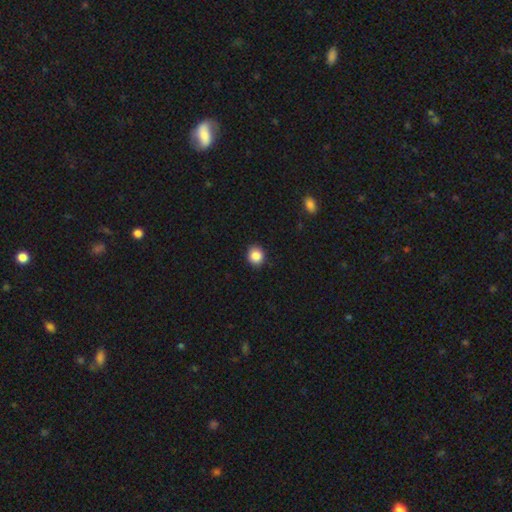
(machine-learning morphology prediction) smooth 86%, star or artifact 10%, featured or disk 4%. Down the decision tree: how rounded — round (80%); merging — none (91%).